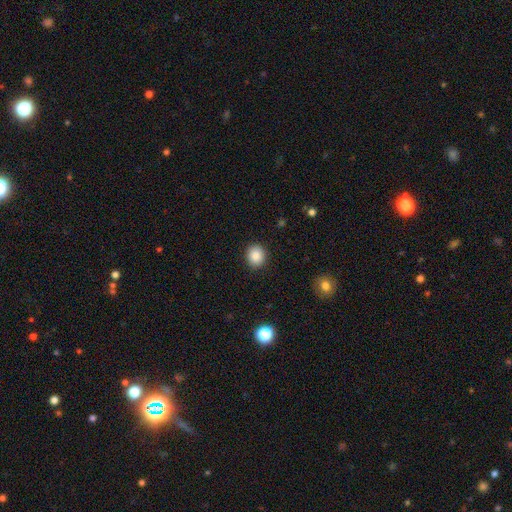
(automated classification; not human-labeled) Q: Smooth or featured?
A: smooth (87%); runner-up: star or artifact (9%)
Q: How rounded?
A: round (80%); runner-up: in between (19%)
Q: Merging?
A: none (91%); runner-up: minor disturbance (6%)